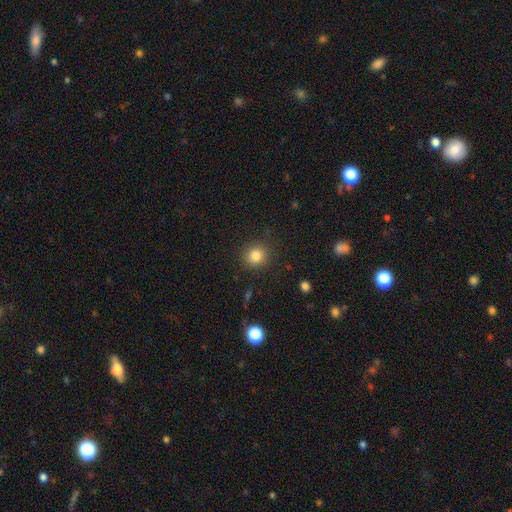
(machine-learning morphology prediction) This is clearly a smooth galaxy (83%). How rounded: clearly round (87%). Merging: clearly none (88%).